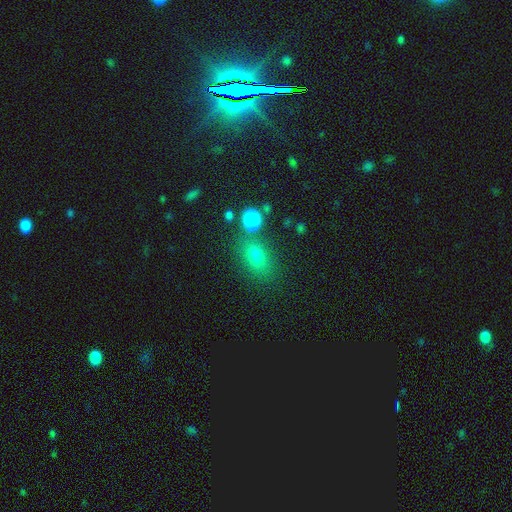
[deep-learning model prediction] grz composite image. It shows a smooth galaxy with no disk features (74%) that is in between round and cigar-shaped (73%). Merging: none (72%).